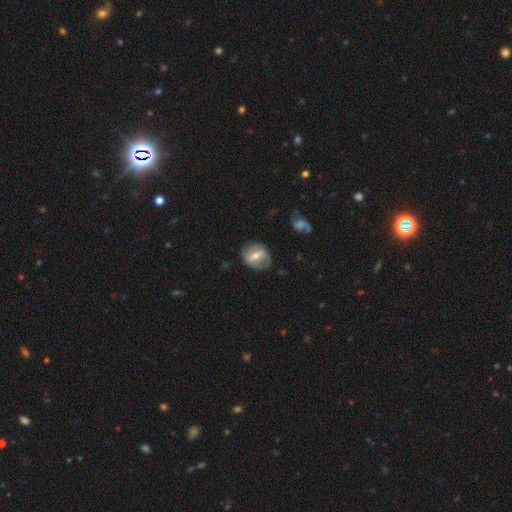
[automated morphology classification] This appears to be a featured or disk galaxy (62%) with a strong bar (52%), spiral arms (64%) and a moderate central bulge (53%). Merging: none (74%).